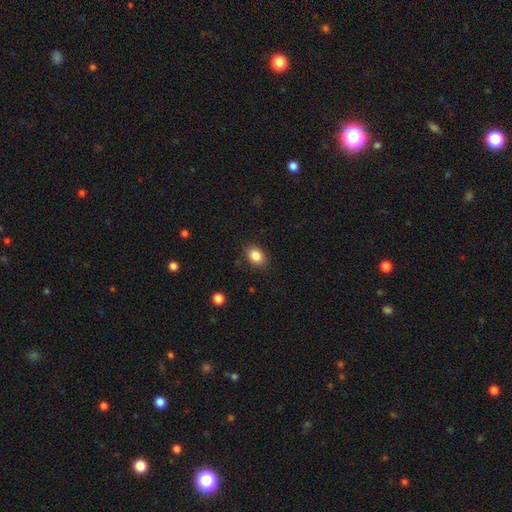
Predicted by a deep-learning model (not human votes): Smooth or featured? Predicted: smooth (p=0.86). How rounded? Predicted: in between (p=0.71). Merging? Predicted: none (p=0.87).